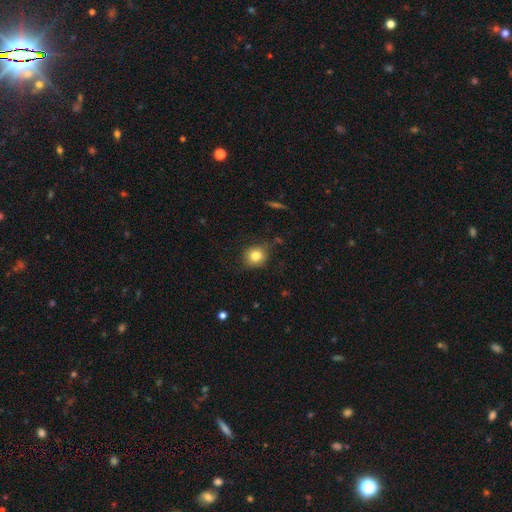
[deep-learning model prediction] smooth-or-featured: smooth: 81% | star or artifact: 11% | featured or disk: 8%
  how-rounded: round: 83% | in between: 16% | cigar-shaped: 1%
  merging: none: 78% | minor disturbance: 16% | major disturbance: 4% | merger: 2%